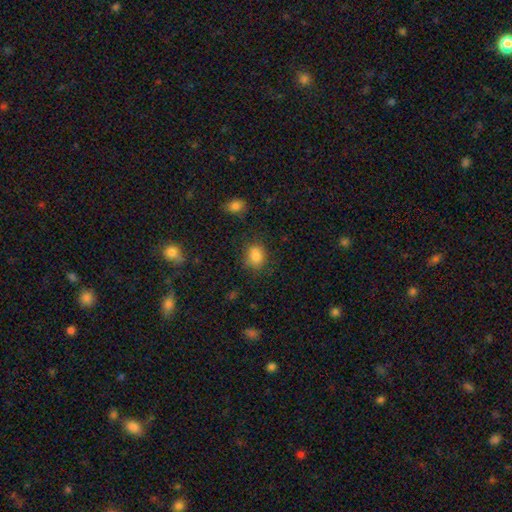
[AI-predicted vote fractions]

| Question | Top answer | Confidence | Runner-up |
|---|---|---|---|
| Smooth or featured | smooth | 83% | star or artifact (11%) |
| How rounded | in between | 52% | round (47%) |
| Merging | none | 74% | minor disturbance (17%) |